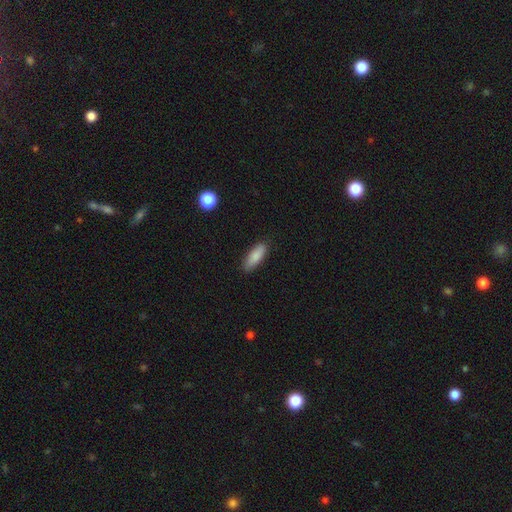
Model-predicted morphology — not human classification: smooth_or_featured: smooth (p=0.85) [alt: featured or disk p=0.09]
how_rounded: in between (p=0.61) [alt: cigar-shaped p=0.37]
merging: none (p=0.86) [alt: minor disturbance p=0.11]